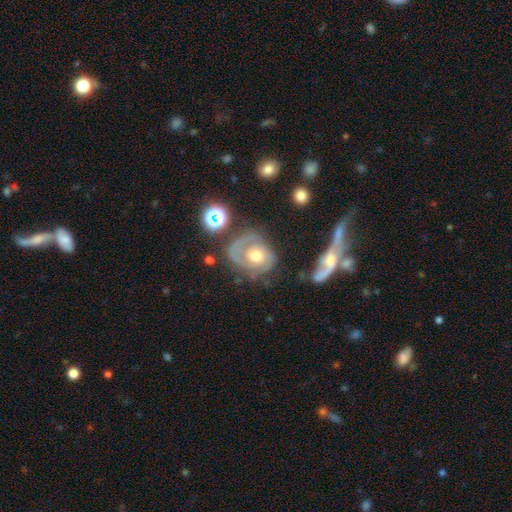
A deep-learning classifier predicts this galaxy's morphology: The model was most divided on "spiral arm count" (2-way tie): 2: 35%, 1: 35%, can't tell: 21%, 3: 6%, 4: 2%, more than 4: 2%. Remaining: edge-on disk — no (96%); spiral arms — yes (81%); bar — no (76%); smooth or featured — featured or disk (76%); bulge size — moderate (72%); spiral winding — tight (54%); merging — none (48%).